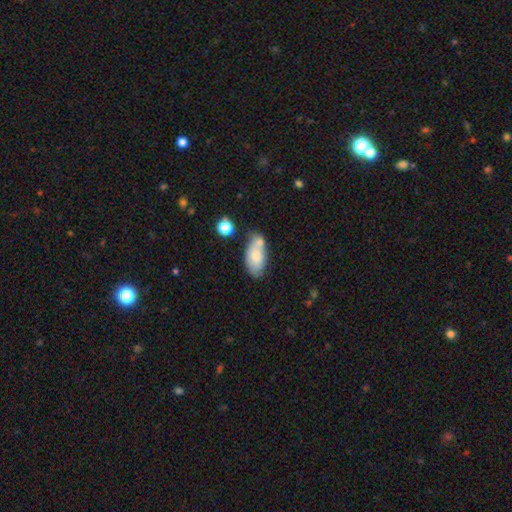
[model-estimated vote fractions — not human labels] smooth_or_featured: smooth (p=0.73) [alt: featured or disk p=0.20]
how_rounded: in between (p=0.91) [alt: cigar-shaped p=0.05]
merging: none (p=0.47) [alt: merger p=0.26]